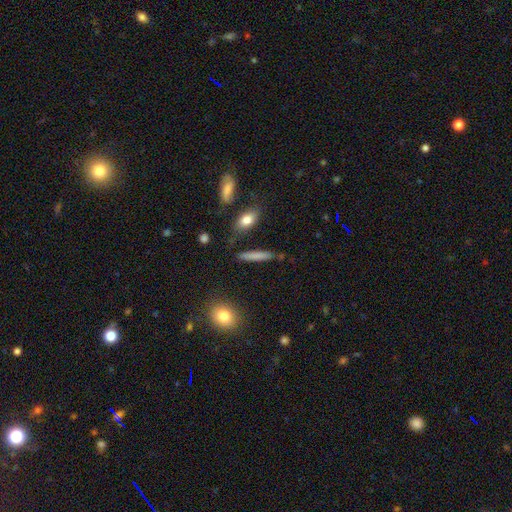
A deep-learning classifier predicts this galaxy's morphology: A smooth galaxy with no disk features (76%) that is cigar-shaped (86%). Merging: none (82%).